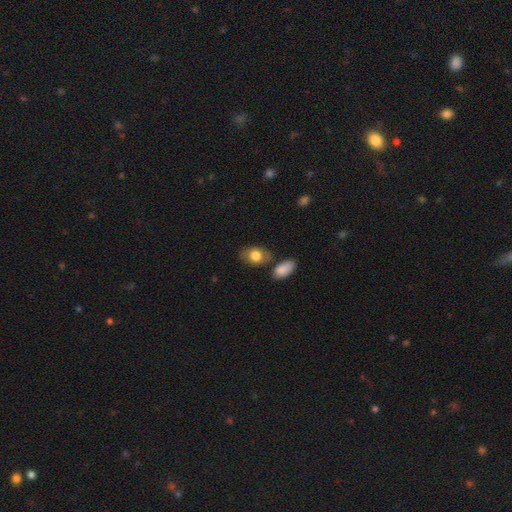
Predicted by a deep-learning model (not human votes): smooth 78%, featured or disk 16%, star or artifact 6%. Down the decision tree: how rounded — in between (81%); merging — none (71%).